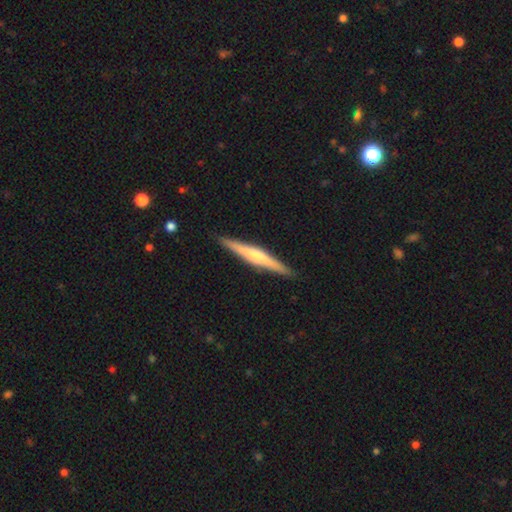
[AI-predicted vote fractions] This appears to be a featured or disk galaxy (60%) viewed edge-on (97%) with a rounded central bulge (70%). Merging: none (91%).